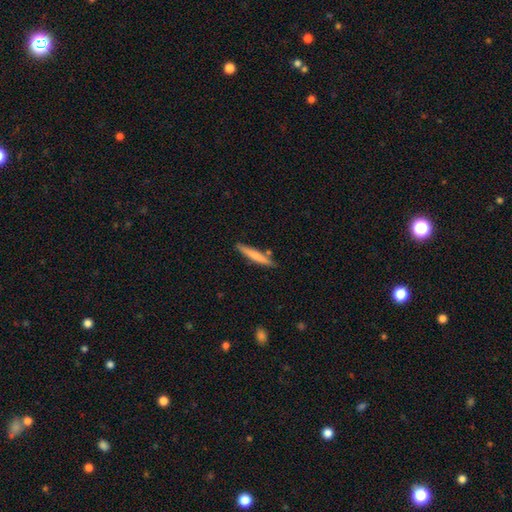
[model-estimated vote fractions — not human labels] Smooth or featured?
  - smooth: 67% *
  - featured or disk: 28%
  - star or artifact: 5%
How rounded?
  - cigar-shaped: 93% *
  - in between: 6%
  - round: 1%
Merging?
  - none: 83% *
  - minor disturbance: 11%
  - merger: 5%
  - major disturbance: 2%